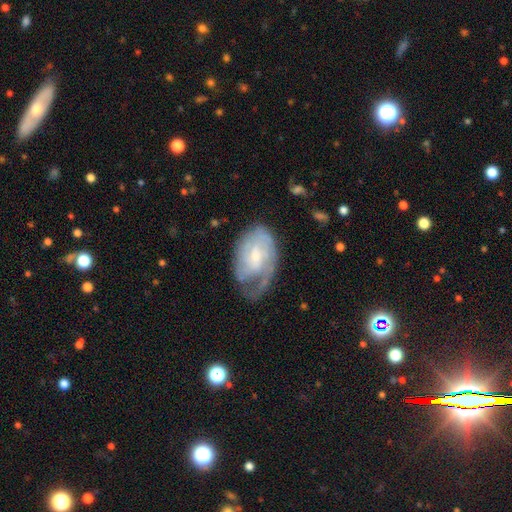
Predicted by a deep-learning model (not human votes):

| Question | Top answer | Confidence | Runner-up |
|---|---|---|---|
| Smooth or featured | featured or disk | 72% | smooth (22%) |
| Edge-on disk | no | 97% | yes (3%) |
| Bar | weak | 47% | no (46%) |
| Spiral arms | yes | 85% | no (15%) |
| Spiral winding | tight | 51% | medium (34%) |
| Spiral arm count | can't tell | 42% | 2 (25%) |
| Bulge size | small | 57% | moderate (35%) |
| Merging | none | 43% | minor disturbance (32%) |